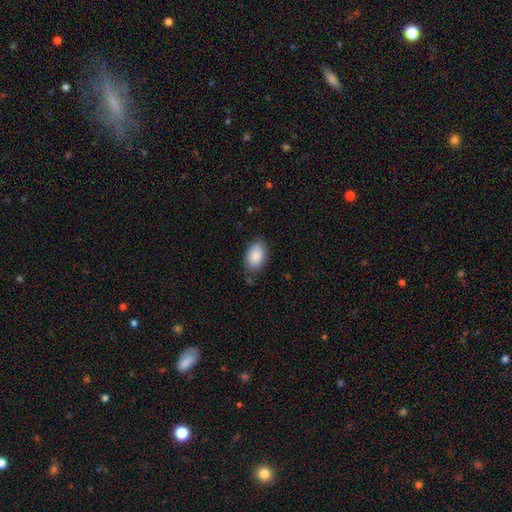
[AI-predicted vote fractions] A smooth galaxy with no disk features (88%) that is in between round and cigar-shaped (89%).

Vote fractions:
- Smooth or featured? smooth: 88% / star or artifact: 6% / featured or disk: 6%
- How rounded? in between: 89% / round: 10% / cigar-shaped: 1%
- Merging? none: 75% / minor disturbance: 19% / major disturbance: 4% / merger: 2%